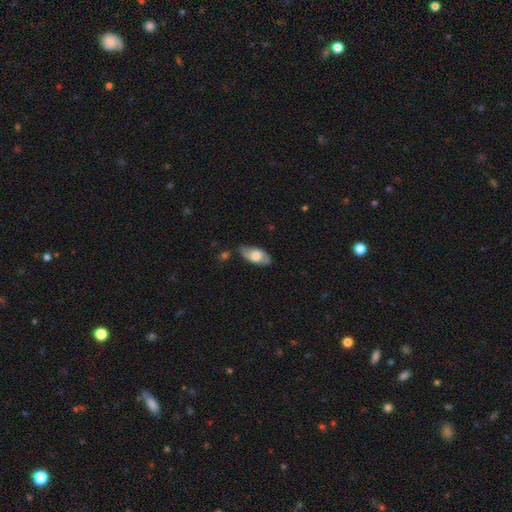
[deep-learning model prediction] Smooth or featured?
  - smooth: 58% *
  - featured or disk: 36%
  - star or artifact: 6%
How rounded?
  - in between: 90% *
  - cigar-shaped: 7%
  - round: 3%
Merging?
  - none: 71% *
  - minor disturbance: 22%
  - major disturbance: 4%
  - merger: 3%